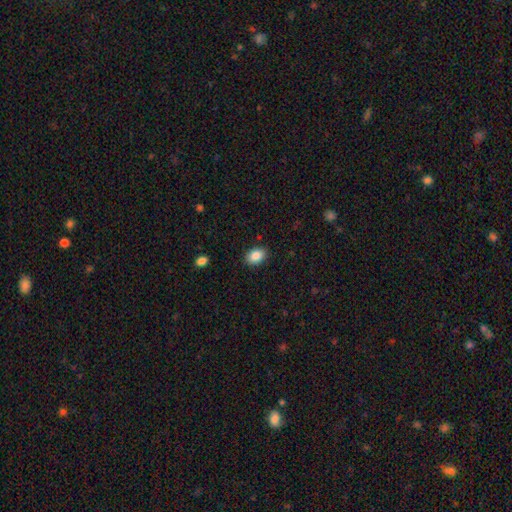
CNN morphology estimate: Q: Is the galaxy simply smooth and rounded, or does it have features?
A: smooth — 86%.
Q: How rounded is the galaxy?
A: in between — 81%.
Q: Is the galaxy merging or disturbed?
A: none — 88%.